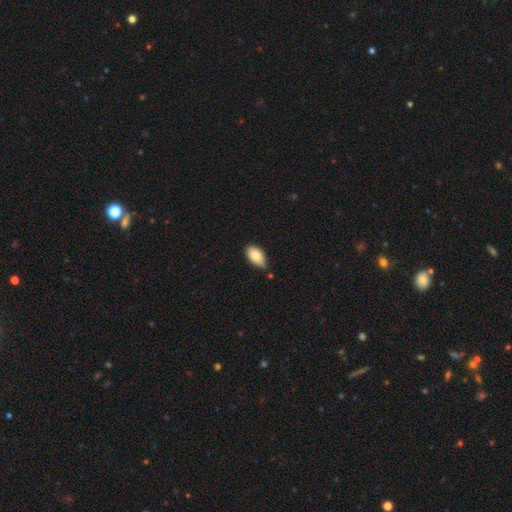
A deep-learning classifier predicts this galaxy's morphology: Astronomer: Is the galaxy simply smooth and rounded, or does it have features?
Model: smooth — 83%.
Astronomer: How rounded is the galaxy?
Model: in between — 93%.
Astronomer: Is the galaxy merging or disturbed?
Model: none — 63%.